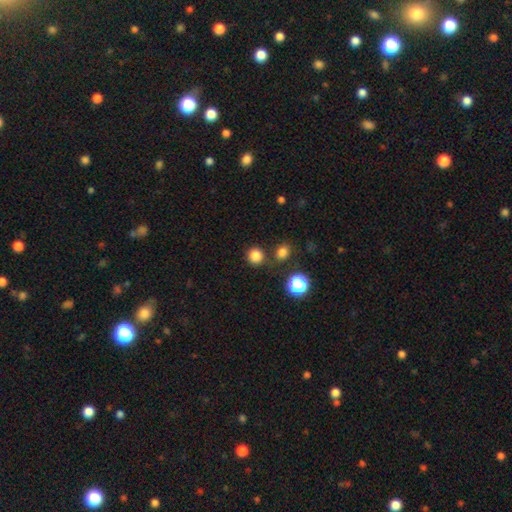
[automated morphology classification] smooth-or-featured: smooth: 82% | star or artifact: 14% | featured or disk: 4%
  how-rounded: round: 91% | in between: 8% | cigar-shaped: 1%
  merging: none: 79% | merger: 10% | minor disturbance: 8% | major disturbance: 3%